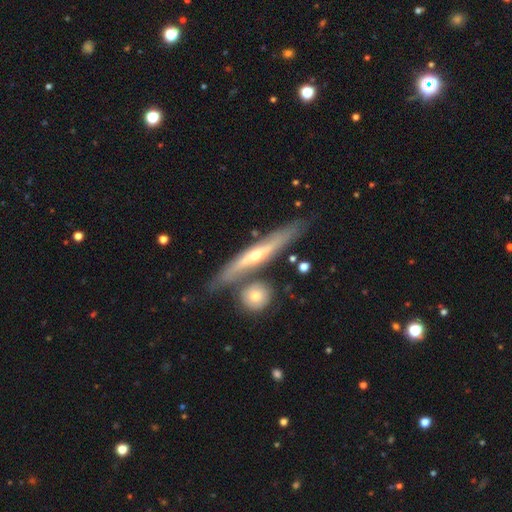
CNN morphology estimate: Smooth or featured? featured or disk (72%)
Edge-on disk? yes (85%)
Edge-on bulge? rounded (75%)
Merging? none (74%)